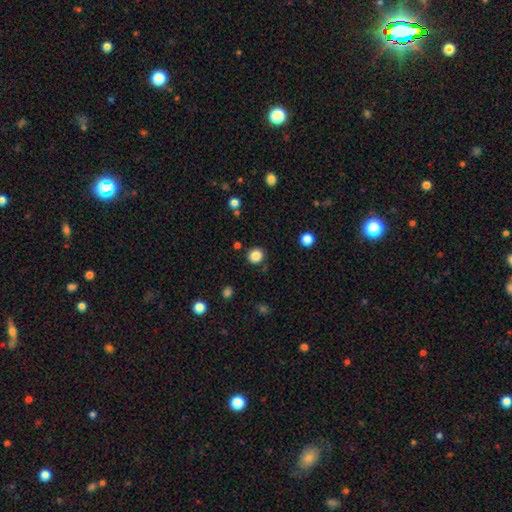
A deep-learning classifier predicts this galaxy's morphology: Smooth or featured?
  - smooth: 85% *
  - star or artifact: 11%
  - featured or disk: 4%
How rounded?
  - round: 91% *
  - in between: 8%
  - cigar-shaped: 1%
Merging?
  - none: 88% *
  - minor disturbance: 7%
  - major disturbance: 3%
  - merger: 2%